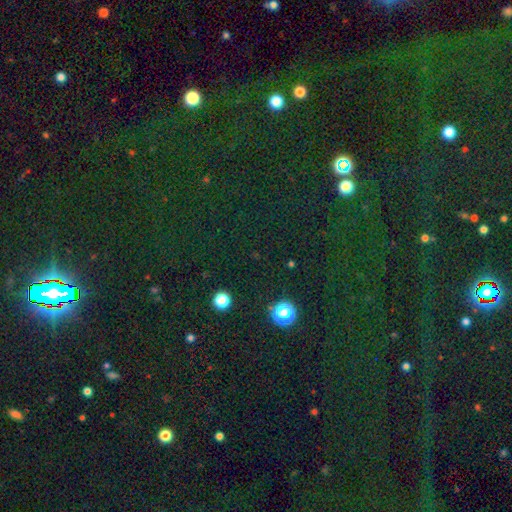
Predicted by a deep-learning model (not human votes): Q: Smooth or featured?
A: star or artifact (75%); runner-up: smooth (17%)